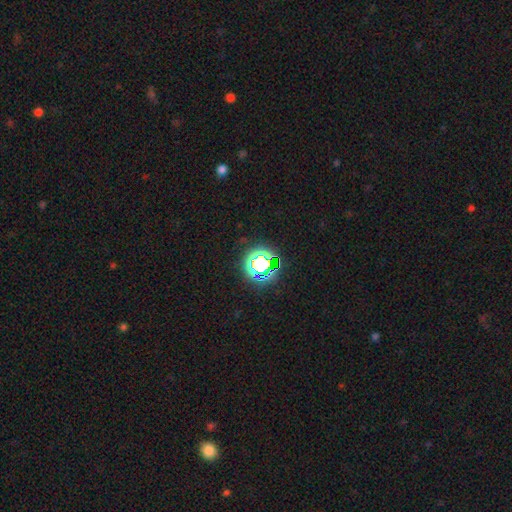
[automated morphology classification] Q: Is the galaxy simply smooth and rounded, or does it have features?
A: star or artifact — 80%.